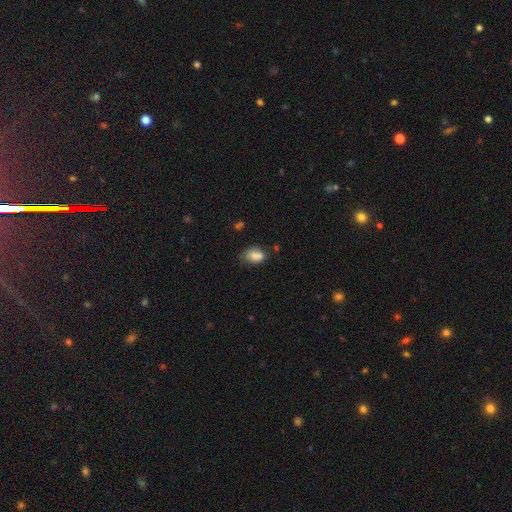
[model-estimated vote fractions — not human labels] smooth-or-featured: smooth: 74% | featured or disk: 16% | star or artifact: 10%
  how-rounded: in between: 74% | round: 25% | cigar-shaped: 1%
  merging: none: 44% | minor disturbance: 25% | merger: 23% | major disturbance: 8%